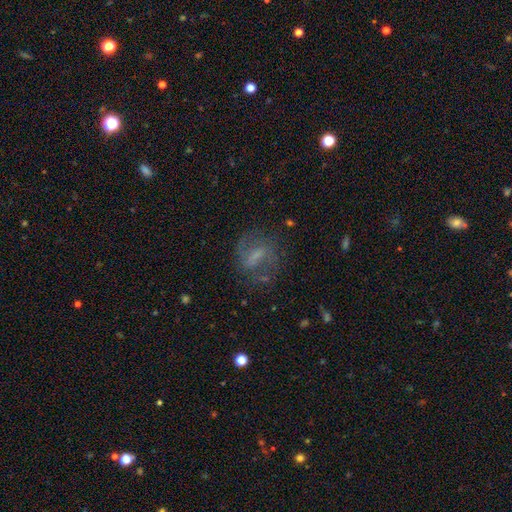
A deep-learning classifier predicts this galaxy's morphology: Smooth or featured? featured or disk (57%)
Edge-on disk? no (92%)
Bar? strong (42%)
Spiral arms? yes (72%)
Bulge size? none (40%)
Merging? none (67%)